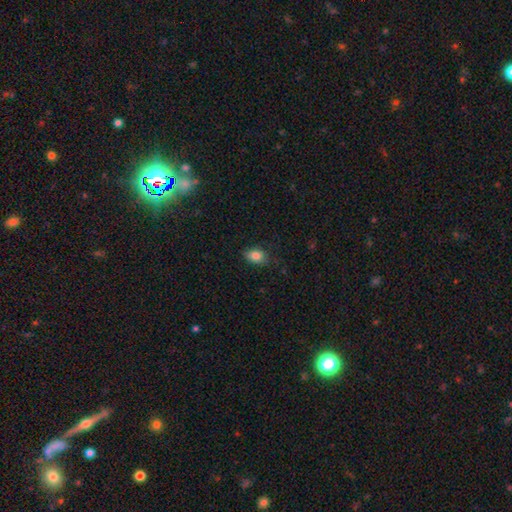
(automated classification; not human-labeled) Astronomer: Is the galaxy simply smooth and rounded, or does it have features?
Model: smooth — 85%.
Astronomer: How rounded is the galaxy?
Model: in between — 79%.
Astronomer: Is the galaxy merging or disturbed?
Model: none — 78%.